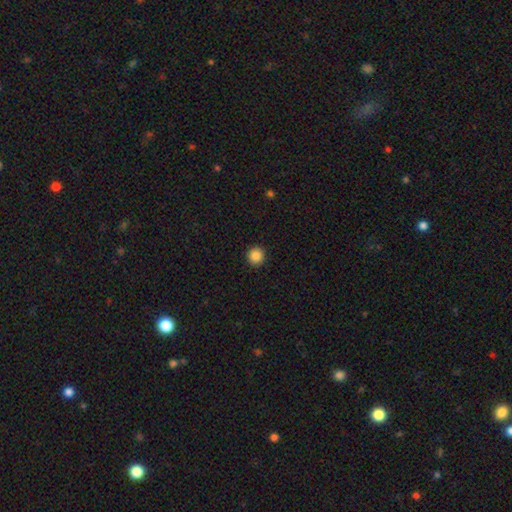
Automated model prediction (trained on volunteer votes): This is clearly a smooth galaxy (86%). How rounded: clearly round (93%). Merging: clearly none (92%).